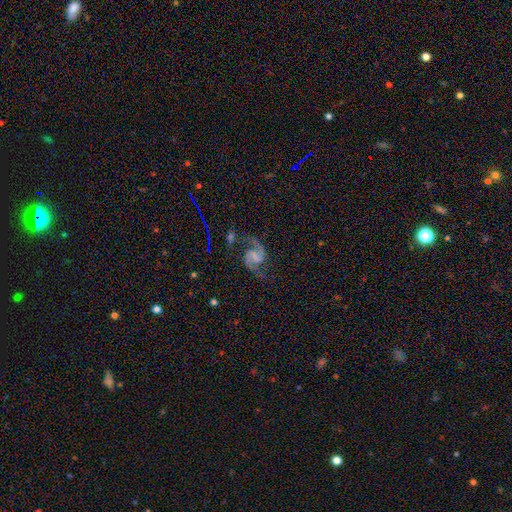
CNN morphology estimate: Smooth or featured?
  - featured or disk: 89% *
  - star or artifact: 7%
  - smooth: 5%
Edge-on disk?
  - no: 98% *
  - yes: 2%
Bar?
  - weak: 44% *
  - no: 33%
  - strong: 23%
Spiral arms?
  - yes: 98% *
  - no: 2%
Spiral winding?
  - medium: 49% *
  - loose: 42%
  - tight: 8%
Spiral arm count?
  - 2: 94% *
  - 1: 2%
  - can't tell: 1%
  - 3: 1%
  - 4: 1%
  - more than 4: 1%
Bulge size?
  - none: 62% *
  - small: 19%
  - moderate: 12%
  - large: 5%
  - dominant: 2%
Merging?
  - none: 69% *
  - minor disturbance: 15%
  - major disturbance: 10%
  - merger: 5%